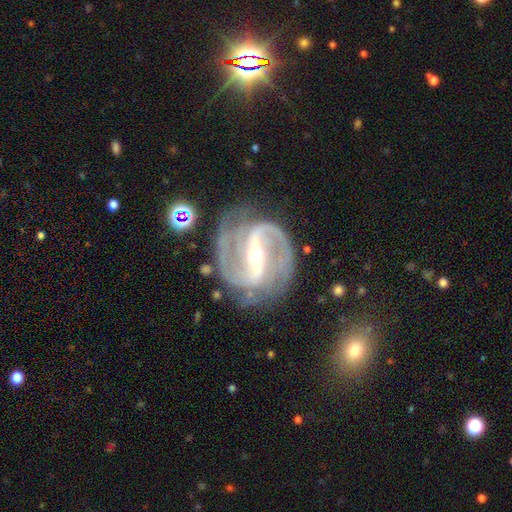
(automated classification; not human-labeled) Smooth or featured: featured or disk — 92% (star or artifact — 5%)
Edge-on disk: no — 97% (yes — 3%)
Bar: strong — 72% (weak — 21%)
Spiral arms: yes — 98% (no — 2%)
Spiral winding: medium — 55% (tight — 32%)
Spiral arm count: 2 — 89% (3 — 4%)
Bulge size: moderate — 49% (small — 47%)
Merging: none — 76% (minor disturbance — 15%)